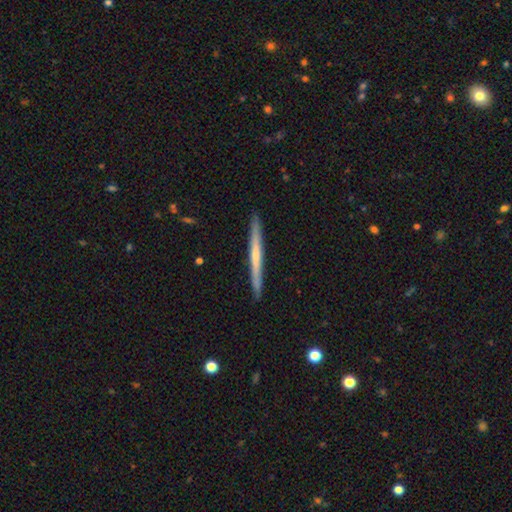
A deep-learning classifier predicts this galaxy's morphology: Smooth or featured? Predicted: featured or disk (p=0.52). Edge-on disk? Predicted: yes (p=0.97). Edge-on bulge? Predicted: none (p=0.74). Merging? Predicted: none (p=0.91).